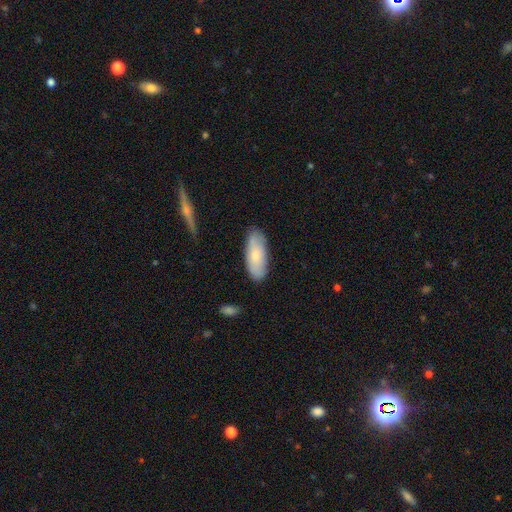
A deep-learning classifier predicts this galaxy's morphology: Smooth or featured?
  - smooth: 73% *
  - featured or disk: 21%
  - star or artifact: 6%
How rounded?
  - in between: 80% *
  - cigar-shaped: 18%
  - round: 2%
Merging?
  - none: 80% *
  - minor disturbance: 15%
  - major disturbance: 3%
  - merger: 2%